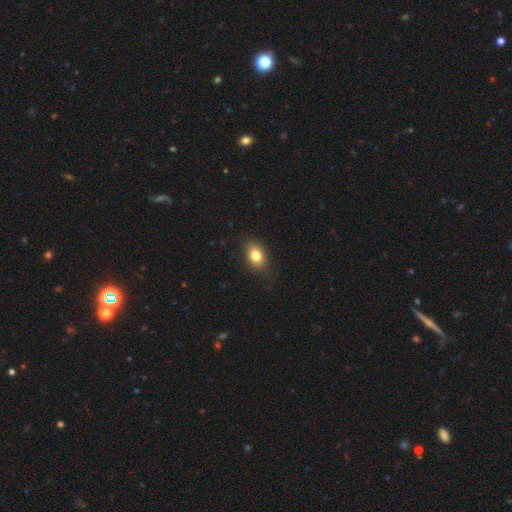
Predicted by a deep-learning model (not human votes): This appears to be a smooth galaxy with no disk features (81%) that is in between round and cigar-shaped (75%). Merging: none (86%).